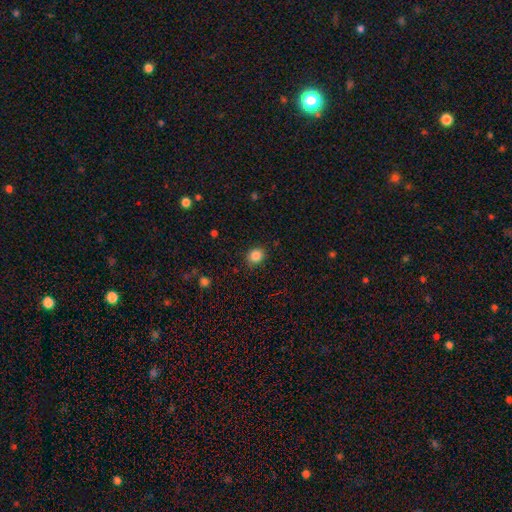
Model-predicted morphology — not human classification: Smooth or featured? Predicted: smooth (p=0.86). How rounded? Predicted: round (p=0.63). Merging? Predicted: none (p=0.87).